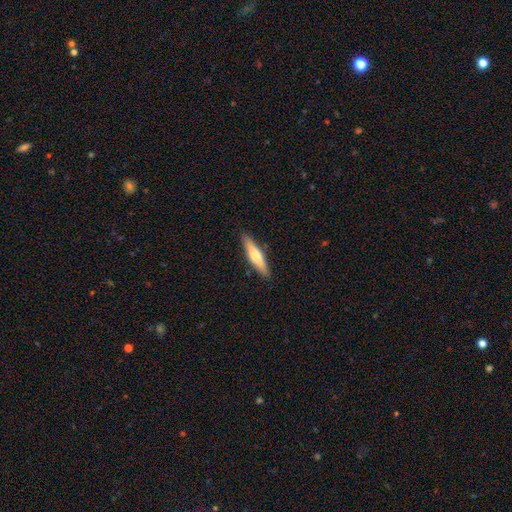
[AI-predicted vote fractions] smooth 55%, featured or disk 40%, star or artifact 5%. Down the decision tree: how rounded — cigar-shaped (81%); merging — none (89%).